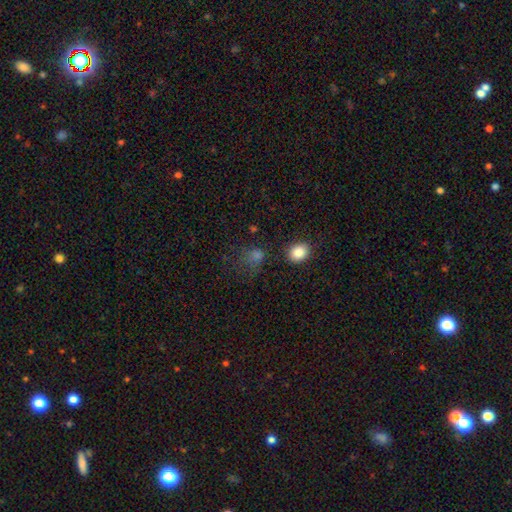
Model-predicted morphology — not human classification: This is likely a smooth galaxy (71%). How rounded: likely round (62%). Merging: likely none (62%).